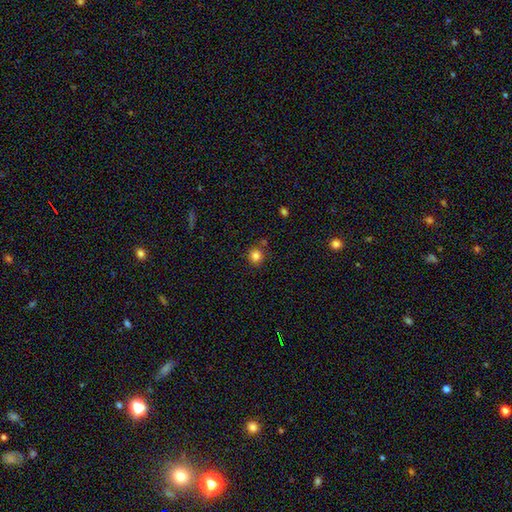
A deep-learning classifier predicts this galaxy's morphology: smooth 83%, star or artifact 12%, featured or disk 5%. Down the decision tree: how rounded — round (91%); merging — none (82%).